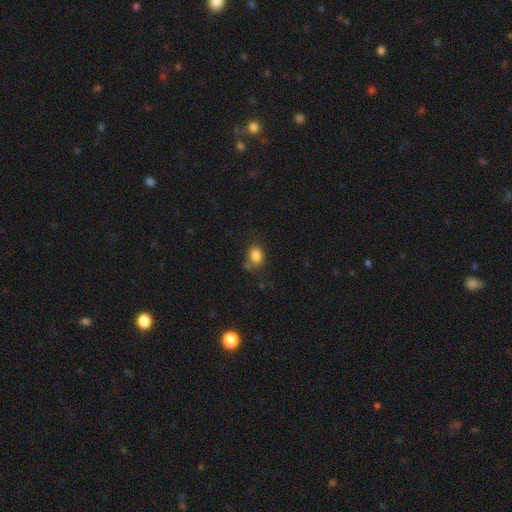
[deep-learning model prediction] Overall: smooth (84%). How rounded: in between (61%; round 38%). Merging: none (63%).